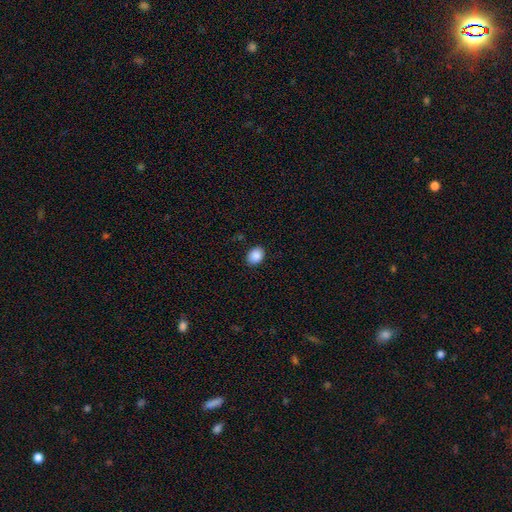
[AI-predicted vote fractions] This appears to be a smooth galaxy with no disk features (89%) that is in between round and cigar-shaped (66%). Merging: none (88%).